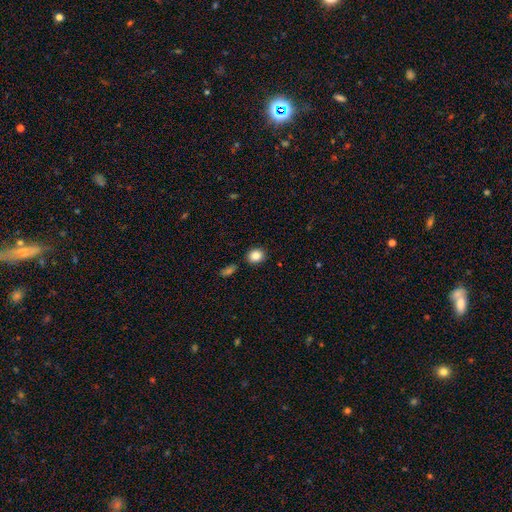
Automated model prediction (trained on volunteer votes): A smooth galaxy with no disk features (86%) that is round (64%). Merging: none (86%).